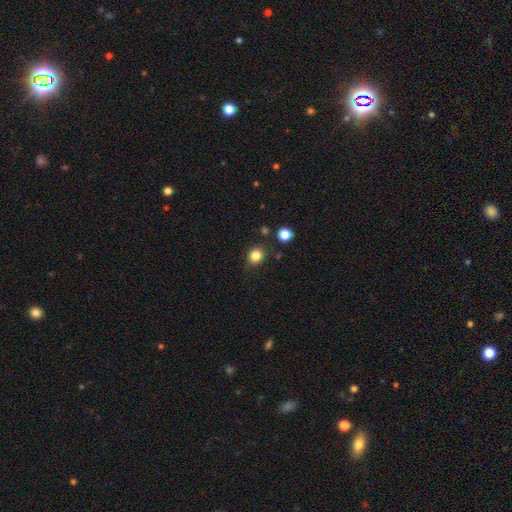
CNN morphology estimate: Smooth or featured?
  - smooth: 83% *
  - star or artifact: 12%
  - featured or disk: 5%
How rounded?
  - round: 72% *
  - in between: 27%
  - cigar-shaped: 1%
Merging?
  - none: 80% *
  - minor disturbance: 13%
  - merger: 4%
  - major disturbance: 3%